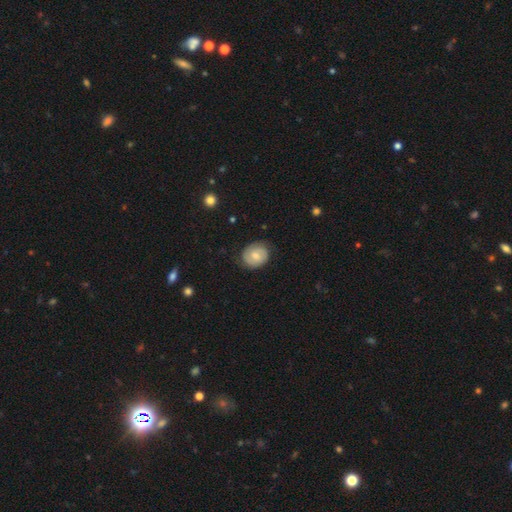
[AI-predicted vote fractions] A featured or disk galaxy (47%). Merging: none (78%).